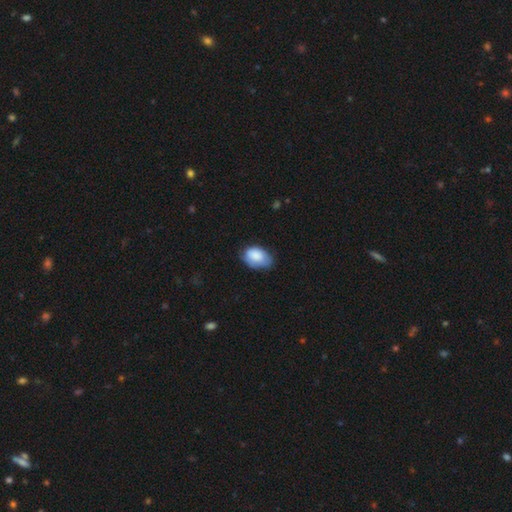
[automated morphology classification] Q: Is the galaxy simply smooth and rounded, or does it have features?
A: smooth — 83%.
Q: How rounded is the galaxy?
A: in between — 88%.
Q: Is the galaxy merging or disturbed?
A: none — 57%.